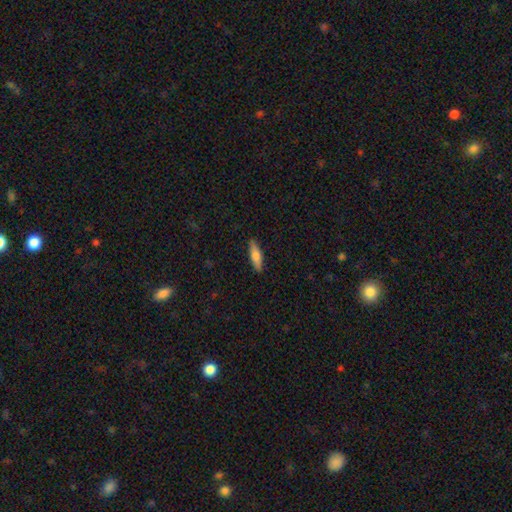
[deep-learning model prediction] A smooth galaxy with no disk features (73%) that is cigar-shaped (60%). Merging: none (89%).